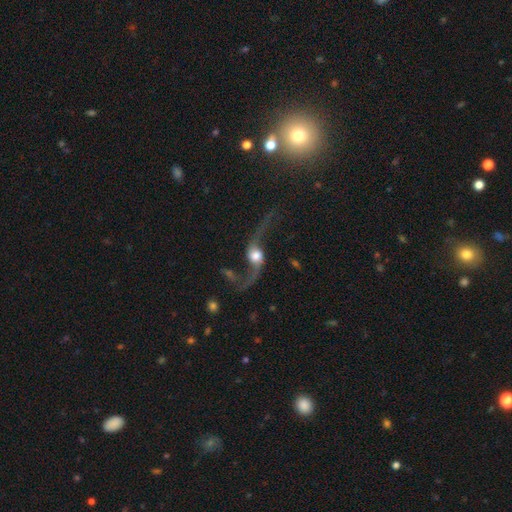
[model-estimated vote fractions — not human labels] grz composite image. It shows a featured or disk galaxy (85%) with no bar (61%), 2 (93%) loose (94%) spiral arms (94%) and a large central bulge (40%). Merging: none (58%).